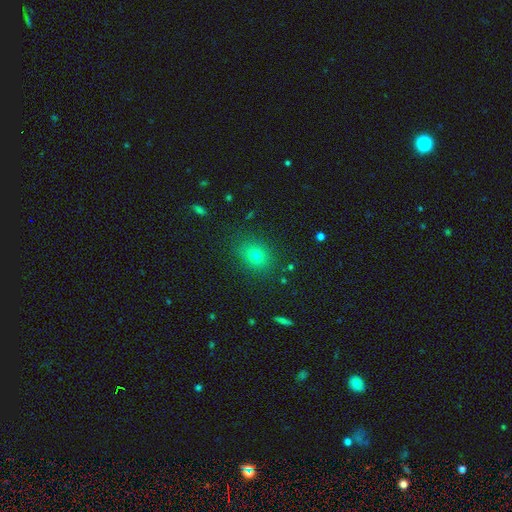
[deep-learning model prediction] Smooth or featured?
  - smooth: 74% *
  - star or artifact: 16%
  - featured or disk: 10%
How rounded?
  - round: 55% *
  - in between: 43%
  - cigar-shaped: 1%
Merging?
  - none: 84% *
  - minor disturbance: 10%
  - major disturbance: 4%
  - merger: 2%